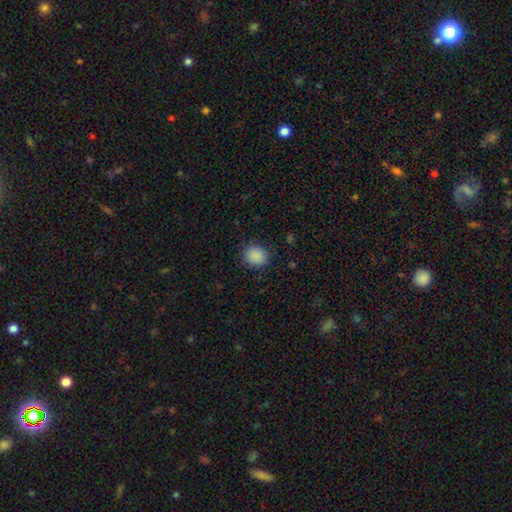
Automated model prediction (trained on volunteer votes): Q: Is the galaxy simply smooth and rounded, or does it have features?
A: smooth — 88%.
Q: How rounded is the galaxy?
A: round — 74%.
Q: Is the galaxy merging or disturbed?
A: none — 85%.